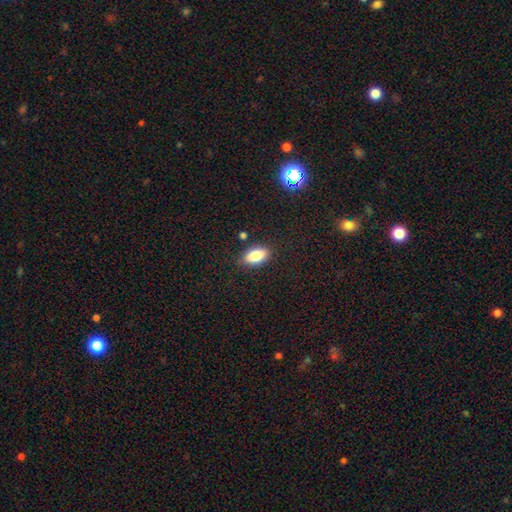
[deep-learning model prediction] A smooth galaxy with no disk features (81%) that is in between round and cigar-shaped (90%). Merging: none (84%).